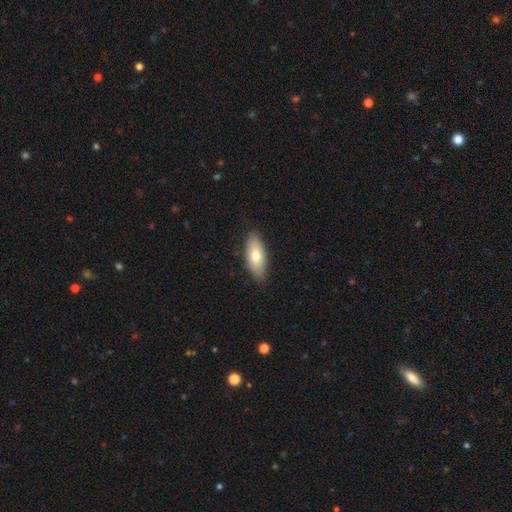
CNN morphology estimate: Smooth or featured: smooth — 73% (featured or disk — 21%)
How rounded: in between — 80% (cigar-shaped — 17%)
Merging: none — 86% (minor disturbance — 11%)